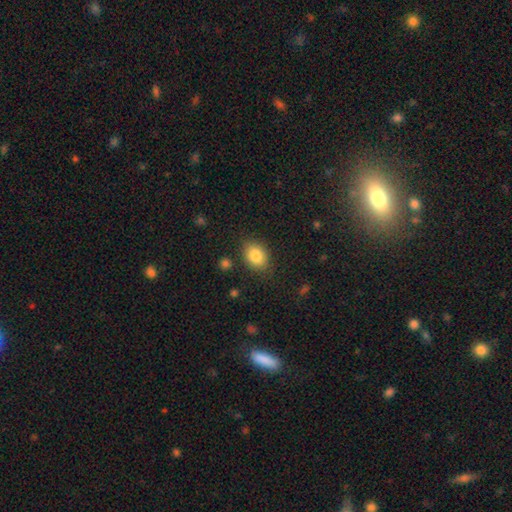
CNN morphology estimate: A smooth galaxy with no disk features (85%) that is in between round and cigar-shaped (71%).

Vote fractions:
- Smooth or featured? smooth: 85% / star or artifact: 8% / featured or disk: 7%
- How rounded? in between: 71% / round: 28% / cigar-shaped: 1%
- Merging? none: 82% / minor disturbance: 12% / major disturbance: 4% / merger: 2%